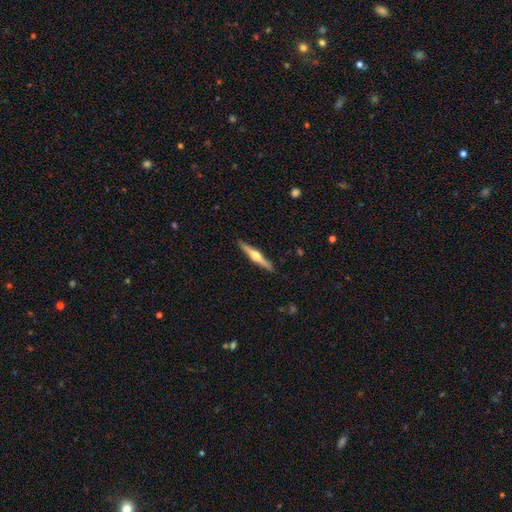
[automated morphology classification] Q: Smooth or featured?
A: featured or disk (71%); runner-up: smooth (24%)
Q: Edge-on disk?
A: yes (98%); runner-up: no (2%)
Q: Edge-on bulge?
A: rounded (94%); runner-up: boxy (3%)
Q: Merging?
A: none (91%); runner-up: minor disturbance (7%)